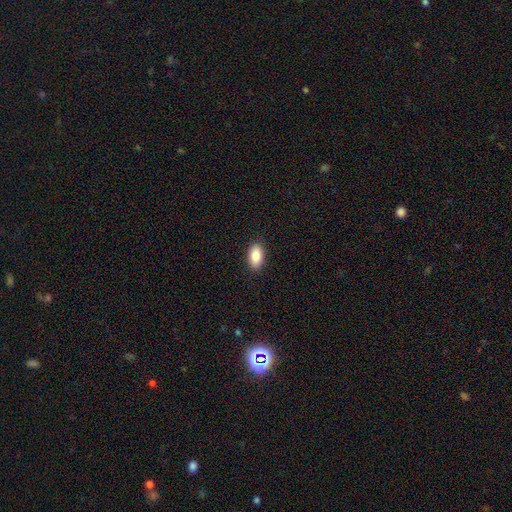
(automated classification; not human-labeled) Smooth or featured: smooth — 87% (star or artifact — 7%)
How rounded: in between — 93% (round — 4%)
Merging: none — 90% (minor disturbance — 8%)